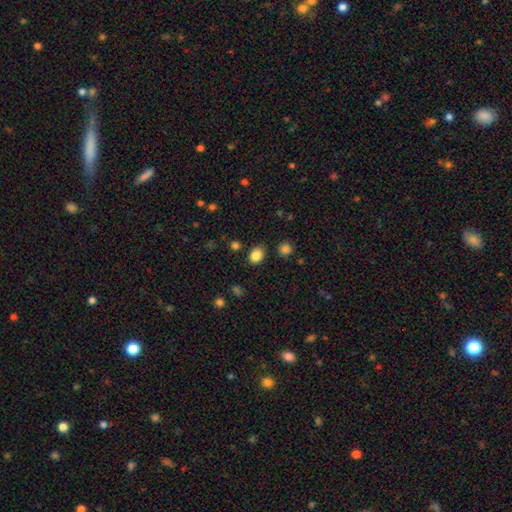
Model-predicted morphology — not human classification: type=smooth (85%); roundness=in between (56%); merging=none (83%).